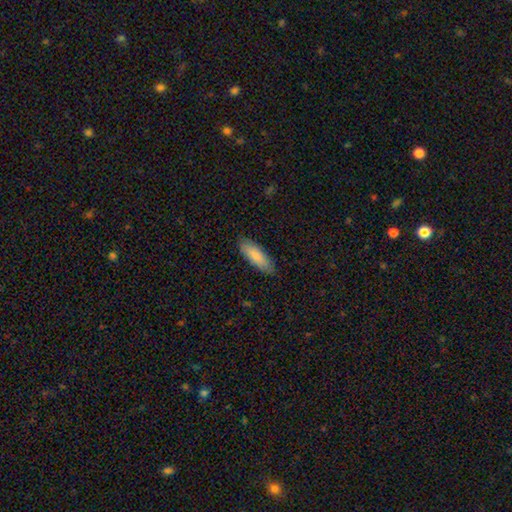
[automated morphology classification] This is clearly a smooth galaxy (81%). How rounded: likely in between (62%). Merging: clearly none (87%).